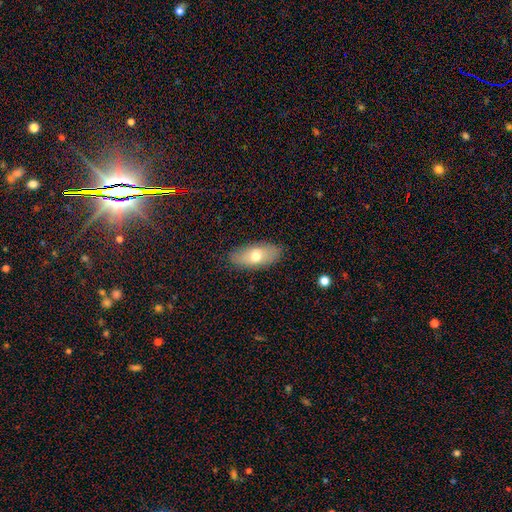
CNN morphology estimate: Smooth or featured?
  - smooth: 67% *
  - featured or disk: 26%
  - star or artifact: 7%
How rounded?
  - in between: 86% *
  - cigar-shaped: 10%
  - round: 4%
Merging?
  - none: 86% *
  - minor disturbance: 10%
  - major disturbance: 3%
  - merger: 1%